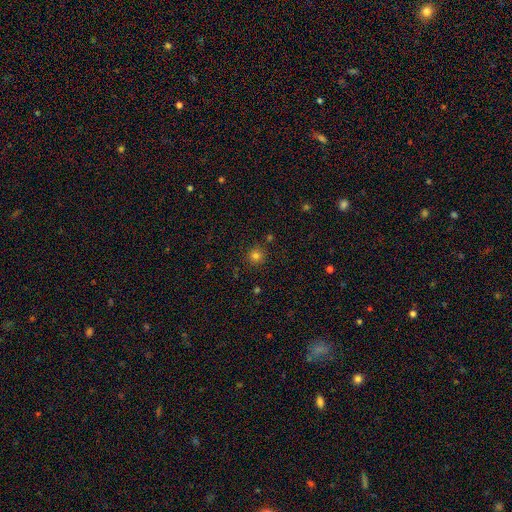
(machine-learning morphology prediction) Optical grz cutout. It shows a smooth galaxy with no disk features (80%) that is round (93%). Merging: none (87%).